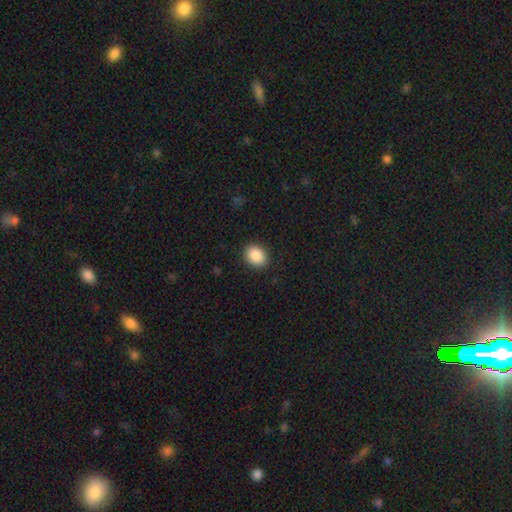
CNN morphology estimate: smooth_or_featured: smooth (p=0.89) [alt: star or artifact p=0.08]
how_rounded: in between (p=0.50) [alt: round p=0.49]
merging: none (p=0.90) [alt: minor disturbance p=0.07]